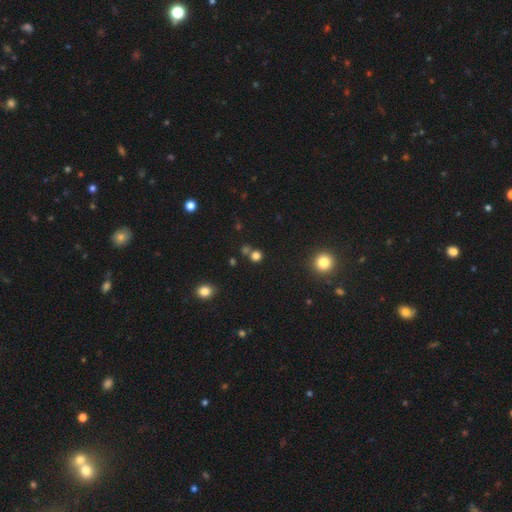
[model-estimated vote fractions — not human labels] smooth_or_featured: smooth (p=0.75) [alt: star or artifact p=0.19]
how_rounded: round (p=0.87) [alt: in between p=0.11]
merging: none (p=0.69) [alt: merger p=0.20]